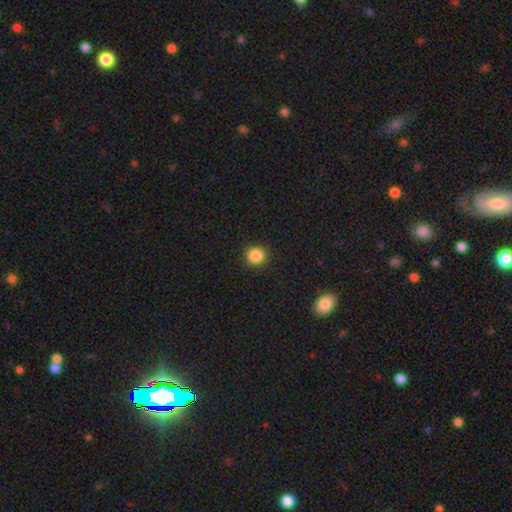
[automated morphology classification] smooth 85%, star or artifact 11%, featured or disk 4%. Down the decision tree: how rounded — round (90%); merging — none (91%).